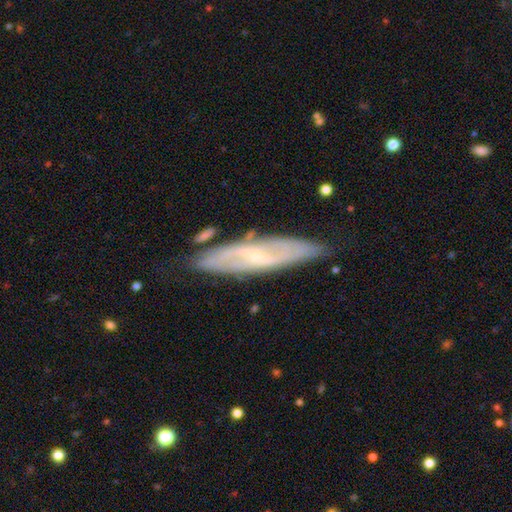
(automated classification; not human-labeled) smooth-or-featured: featured or disk: 68% | smooth: 25% | star or artifact: 7%
  disk-edge-on: no: 59% | yes: 41%
  merging: none: 76% | minor disturbance: 17% | major disturbance: 4% | merger: 3%